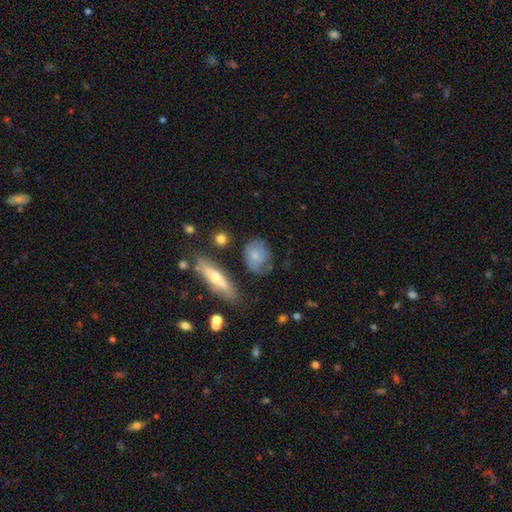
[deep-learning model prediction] Smooth or featured: smooth — 58% (featured or disk — 34%)
How rounded: in between — 48% (tied with round — 48%)
Merging: none — 58% (minor disturbance — 25%)